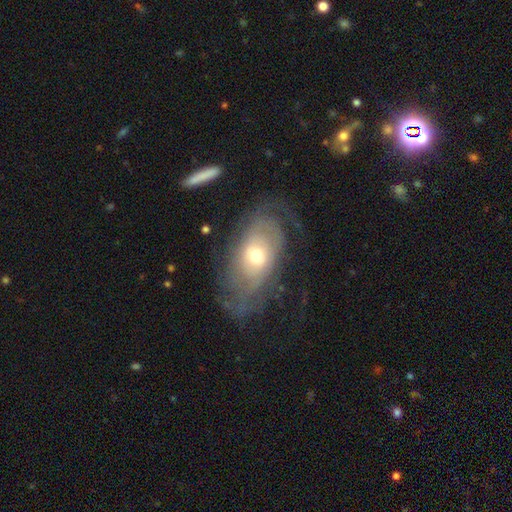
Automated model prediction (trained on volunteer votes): A featured or disk galaxy (64%) with no bar (78%), spiral arms (67%) and a moderate central bulge (64%).

Vote fractions:
- Smooth or featured? featured or disk: 64% / smooth: 28% / star or artifact: 8%
- Edge-on disk? no: 90% / yes: 10%
- Bar? no: 78% / weak: 18% / strong: 4%
- Spiral arms? yes: 67% / no: 33%
- Bulge size? moderate: 64% / small: 26% / large: 7% / dominant: 1% / none: 1%
- Merging? none: 58% / minor disturbance: 21% / major disturbance: 19% / merger: 2%